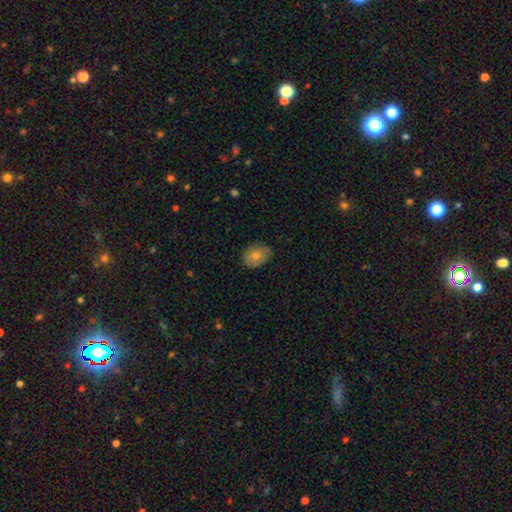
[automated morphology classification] This appears to be a smooth galaxy with no disk features (72%) that is in between round and cigar-shaped (68%). Merging: none (80%).